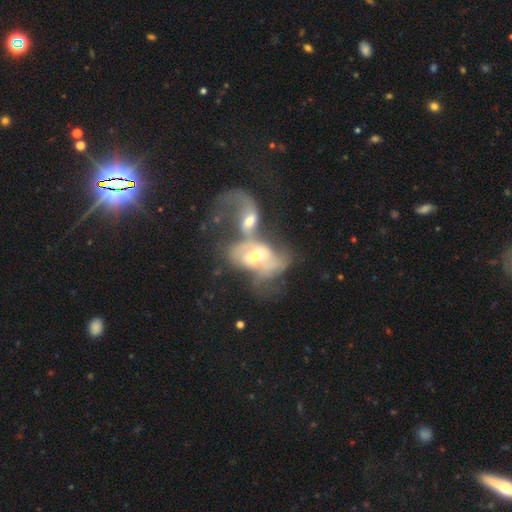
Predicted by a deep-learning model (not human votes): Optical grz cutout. It shows a featured or disk galaxy (67%) with no bar (48%), spiral arms (65%) and a moderate central bulge (68%). Merging: merger (77%).